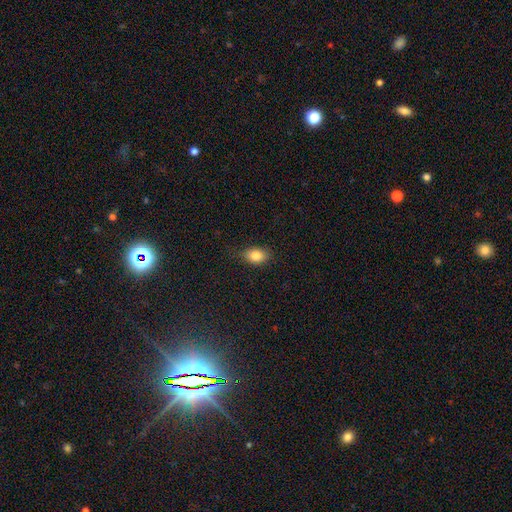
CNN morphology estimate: This is clearly a smooth galaxy (83%). How rounded: clearly in between (81%). Merging: clearly none (81%).